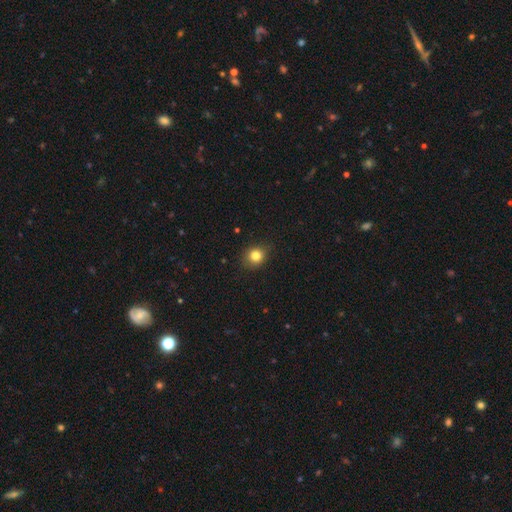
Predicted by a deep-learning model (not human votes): Overall: smooth (82%). How rounded: round (75%). Merging: none (84%).